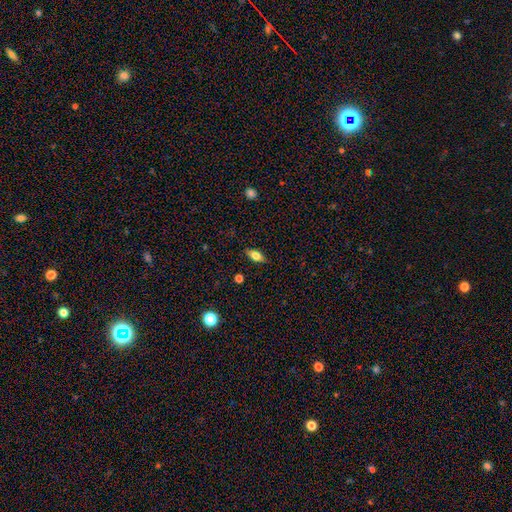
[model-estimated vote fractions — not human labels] smooth 64%, featured or disk 27%, star or artifact 8%. Down the decision tree: how rounded — in between (80%); merging — none (86%).